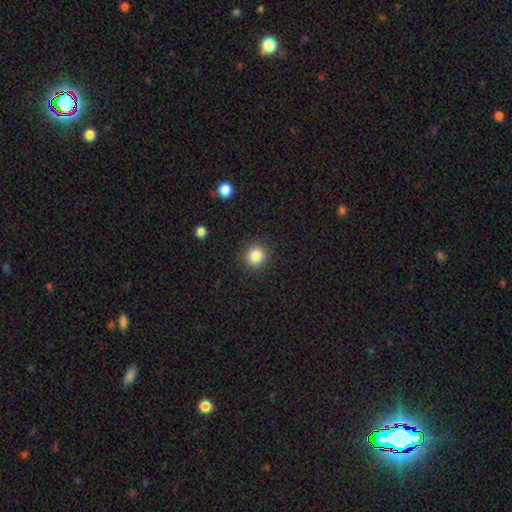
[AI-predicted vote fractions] A smooth galaxy with no disk features (85%) that is round (92%). Merging: none (91%).